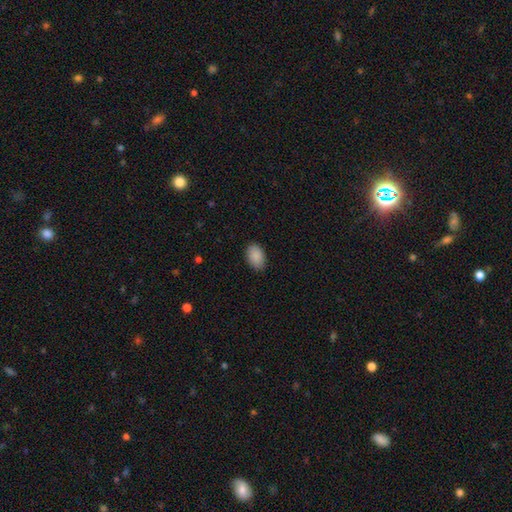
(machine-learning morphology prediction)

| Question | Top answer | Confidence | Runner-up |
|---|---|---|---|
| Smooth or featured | smooth | 90% | star or artifact (7%) |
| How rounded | in between | 90% | round (9%) |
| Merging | none | 86% | minor disturbance (11%) |